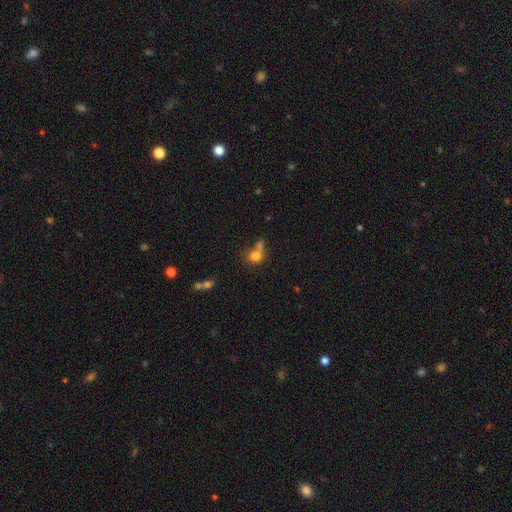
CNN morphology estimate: Overall: smooth (76%). How rounded: round (68%; in between 29%). Merging: merger (39%; none 35%).